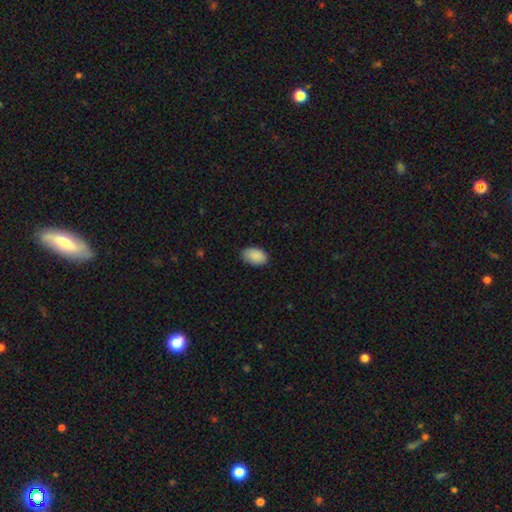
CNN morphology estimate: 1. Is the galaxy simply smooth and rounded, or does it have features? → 90% smooth, 6% star or artifact, 3% featured or disk.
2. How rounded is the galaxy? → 91% in between, 8% round, 1% cigar-shaped.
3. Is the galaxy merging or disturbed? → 83% none, 13% minor disturbance, 2% major disturbance, 1% merger.